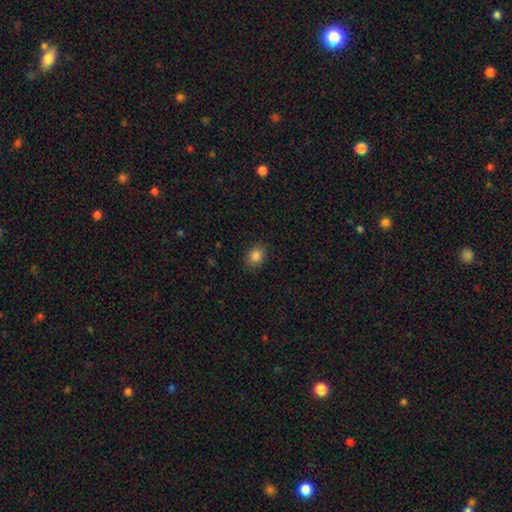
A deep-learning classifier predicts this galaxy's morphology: type=smooth (85%); roundness=in between (59%); merging=none (86%).